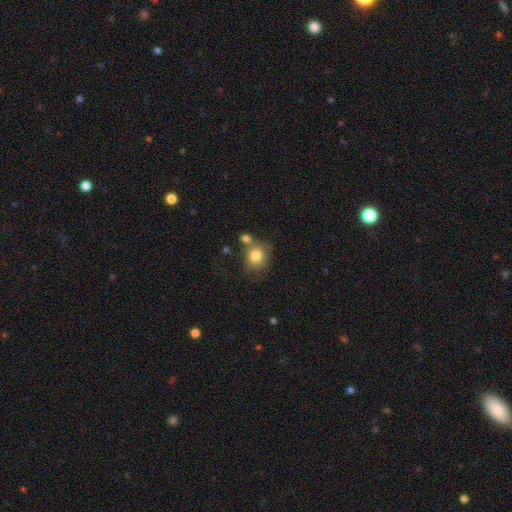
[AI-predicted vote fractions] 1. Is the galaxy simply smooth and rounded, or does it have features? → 81% smooth, 10% star or artifact, 9% featured or disk.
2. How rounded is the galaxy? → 73% round, 26% in between, 1% cigar-shaped.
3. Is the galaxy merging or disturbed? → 55% none, 25% merger, 15% minor disturbance, 5% major disturbance.